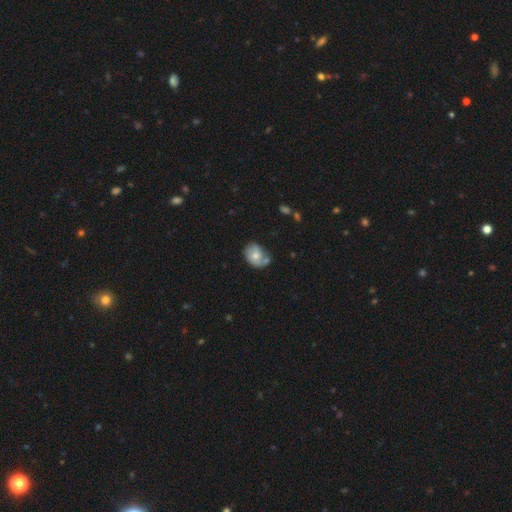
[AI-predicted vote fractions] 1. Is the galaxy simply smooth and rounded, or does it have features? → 49% smooth, 43% featured or disk, 8% star or artifact.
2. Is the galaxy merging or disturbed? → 44% none, 26% minor disturbance, 20% merger, 10% major disturbance.